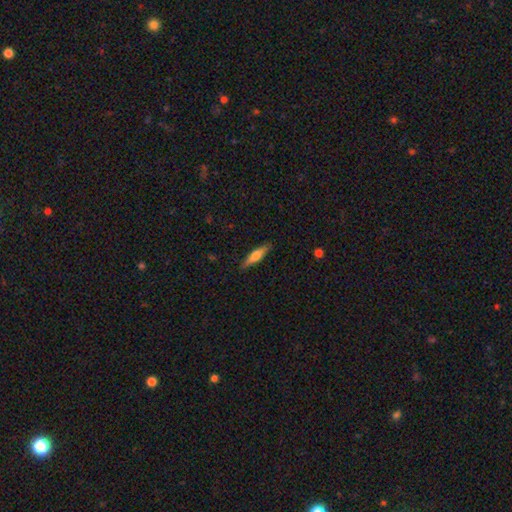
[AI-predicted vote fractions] The model was most divided on "smooth or featured": smooth: 61%, featured or disk: 33%, star or artifact: 6%. More confident: merging — none (86%); how rounded — cigar-shaped (78%).